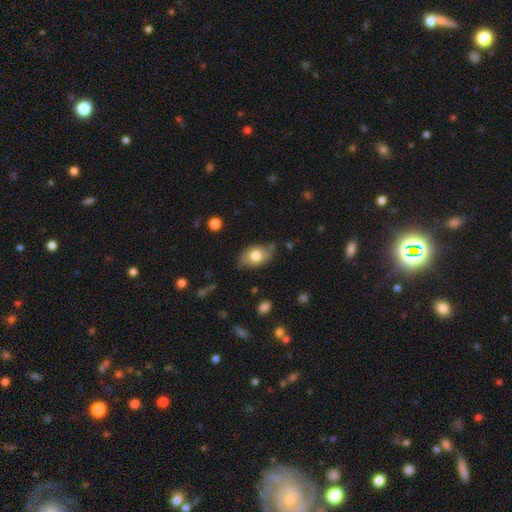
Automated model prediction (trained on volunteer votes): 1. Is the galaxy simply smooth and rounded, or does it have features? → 75% smooth, 17% featured or disk, 7% star or artifact.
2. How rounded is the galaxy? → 85% in between, 13% round, 1% cigar-shaped.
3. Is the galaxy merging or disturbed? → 68% none, 25% minor disturbance, 5% major disturbance, 3% merger.